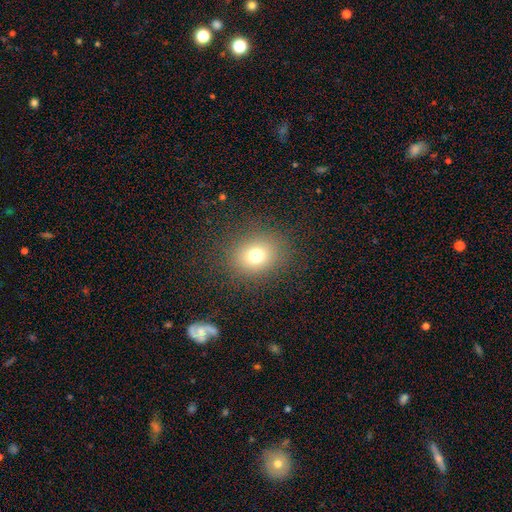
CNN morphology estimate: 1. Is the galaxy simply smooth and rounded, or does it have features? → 73% smooth, 17% star or artifact, 10% featured or disk.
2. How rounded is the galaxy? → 66% round, 33% in between, 1% cigar-shaped.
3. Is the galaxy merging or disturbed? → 85% none, 8% minor disturbance, 5% major disturbance, 1% merger.